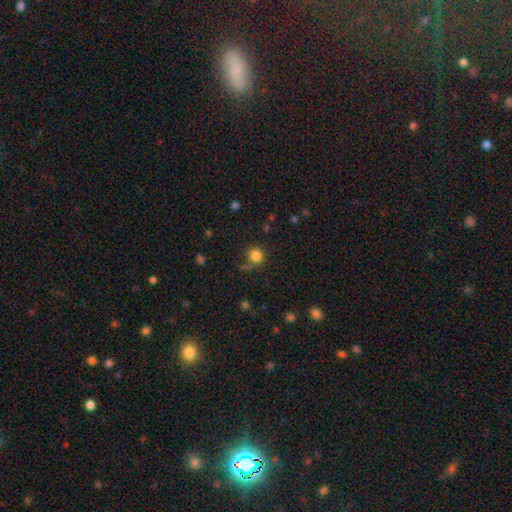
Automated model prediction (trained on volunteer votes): This appears to be a smooth galaxy with no disk features (83%) that is round (91%). Merging: none (77%).